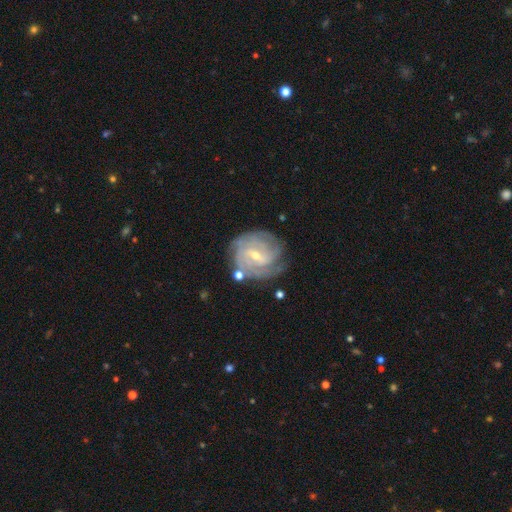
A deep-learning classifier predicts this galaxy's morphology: smooth-or-featured: featured or disk: 86% | smooth: 8% | star or artifact: 6%
  disk-edge-on: no: 97% | yes: 3%
    bar: weak: 56% | strong: 22% | no: 22%
    has-spiral-arms: yes: 96% | no: 4%
      spiral-winding: tight: 70% | medium: 25% | loose: 5%
      spiral-arm-count: can't tell: 29% | 3: 24% | 2: 19% | 4: 17% | more than 4: 5% | 1: 5%
    bulge-size: small: 59% | moderate: 38% | none: 1% | large: 1% | dominant: 1%
  merging: none: 72% | minor disturbance: 17% | major disturbance: 6% | merger: 5%